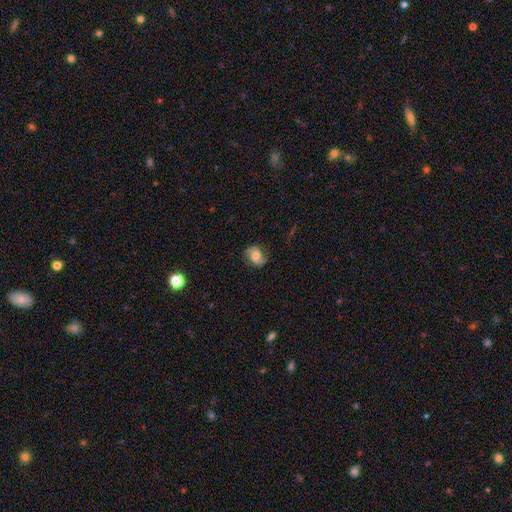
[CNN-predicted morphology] A featured or disk galaxy (67%) with no bar (56%), 2 (90%) medium (46%) spiral arms (93%) and a moderate central bulge (57%). Merging: none (77%).